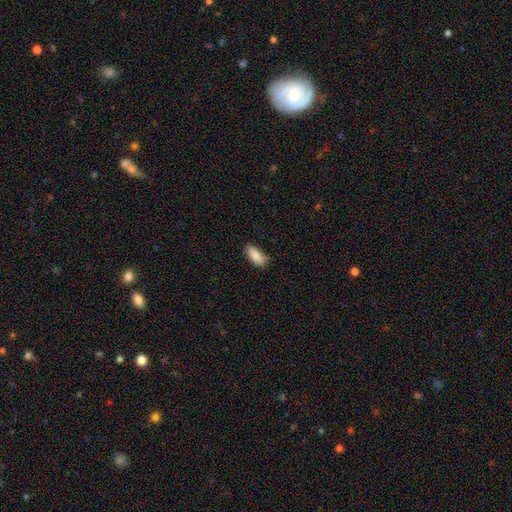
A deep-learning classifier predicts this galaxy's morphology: Smooth or featured?
  - smooth: 88% *
  - star or artifact: 7%
  - featured or disk: 6%
How rounded?
  - in between: 88% *
  - cigar-shaped: 9%
  - round: 2%
Merging?
  - none: 71% *
  - minor disturbance: 24%
  - major disturbance: 4%
  - merger: 2%